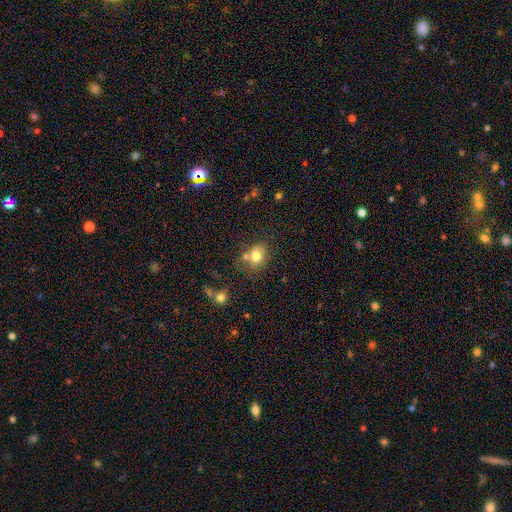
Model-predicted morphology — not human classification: The model was most divided on "how rounded": round: 53%, in between: 46%, cigar-shaped: 1%. More confident: smooth or featured — smooth (77%); merging — none (57%).